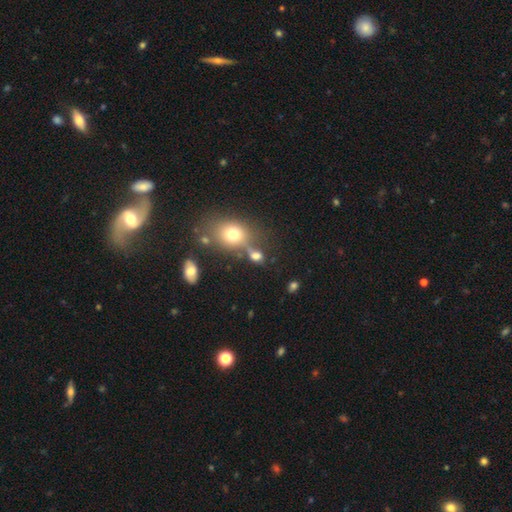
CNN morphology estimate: smooth 69%, star or artifact 18%, featured or disk 13%. Down the decision tree: how rounded — in between (50%); merging — none (47%).